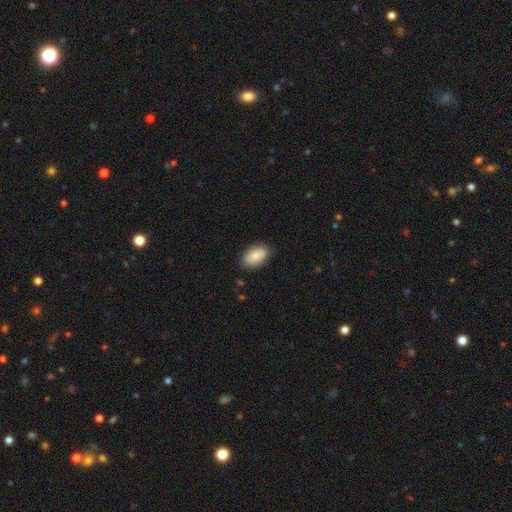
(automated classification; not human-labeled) This appears to be a smooth galaxy with no disk features (82%) that is in between round and cigar-shaped (92%). Merging: none (83%).